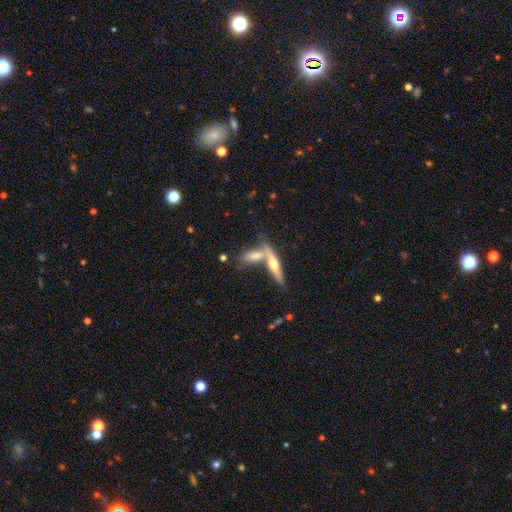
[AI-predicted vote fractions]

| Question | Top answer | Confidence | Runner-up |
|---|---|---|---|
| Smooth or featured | smooth | 50% | featured or disk (42%) |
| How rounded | cigar-shaped | 54% | in between (42%) |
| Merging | merger | 45% | none (41%) |